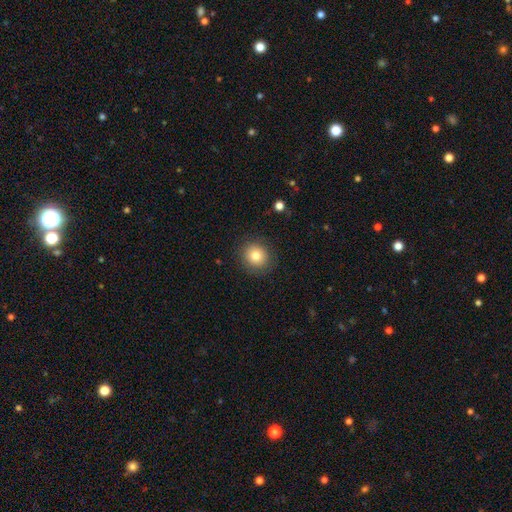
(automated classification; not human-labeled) Smooth or featured? smooth (80%)
How rounded? round (90%)
Merging? none (89%)